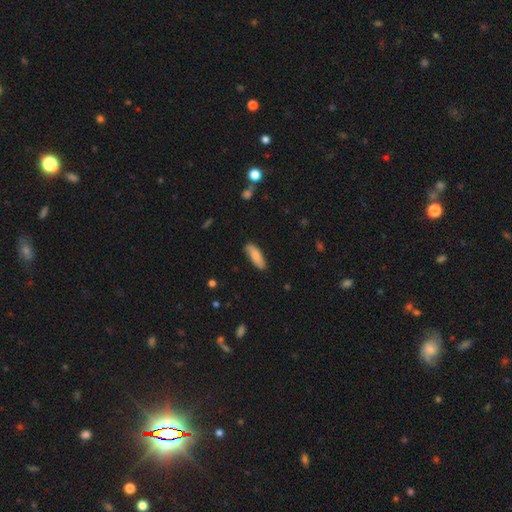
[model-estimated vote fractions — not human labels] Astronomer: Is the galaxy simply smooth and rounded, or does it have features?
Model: smooth — 82%.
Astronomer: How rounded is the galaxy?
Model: in between — 56% (runner-up: cigar-shaped, 42%).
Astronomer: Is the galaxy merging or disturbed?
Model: none — 81%.